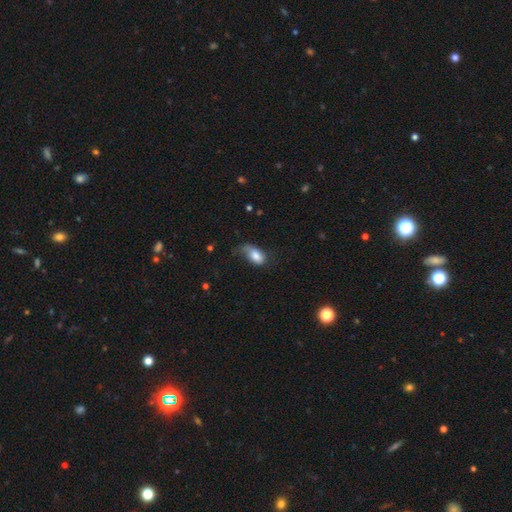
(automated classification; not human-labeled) Smooth or featured?
  - smooth: 75% *
  - featured or disk: 17%
  - star or artifact: 7%
How rounded?
  - in between: 90% *
  - round: 6%
  - cigar-shaped: 4%
Merging?
  - minor disturbance: 35% *
  - none: 31%
  - major disturbance: 31%
  - merger: 3%